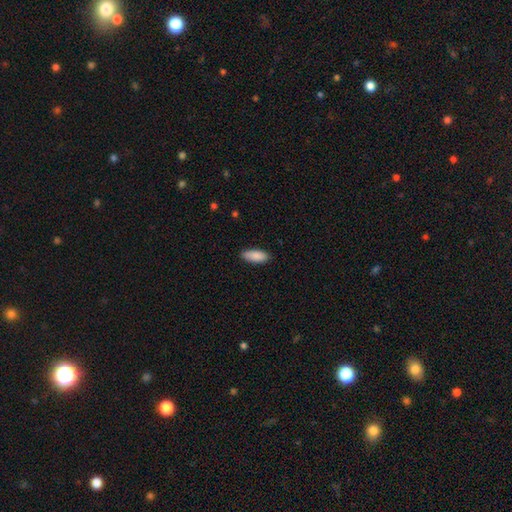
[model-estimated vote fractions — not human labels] Overall: smooth (89%). How rounded: in between (80%). Merging: none (86%).